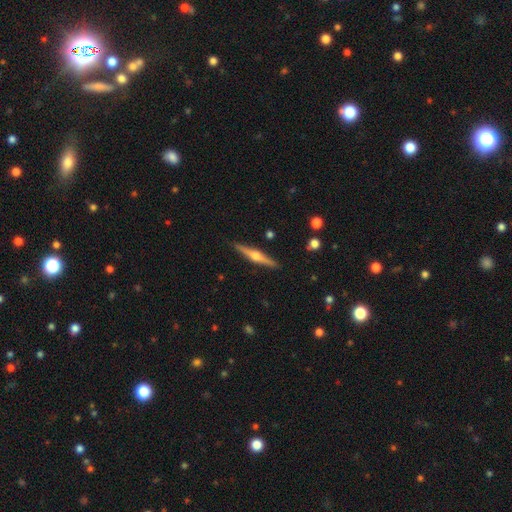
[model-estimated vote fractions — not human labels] Smooth or featured?
  - featured or disk: 75% *
  - smooth: 19%
  - star or artifact: 5%
Edge-on disk?
  - yes: 98% *
  - no: 2%
Edge-on bulge?
  - rounded: 94% *
  - boxy: 4%
  - none: 3%
Merging?
  - none: 91% *
  - minor disturbance: 7%
  - major disturbance: 1%
  - merger: 1%